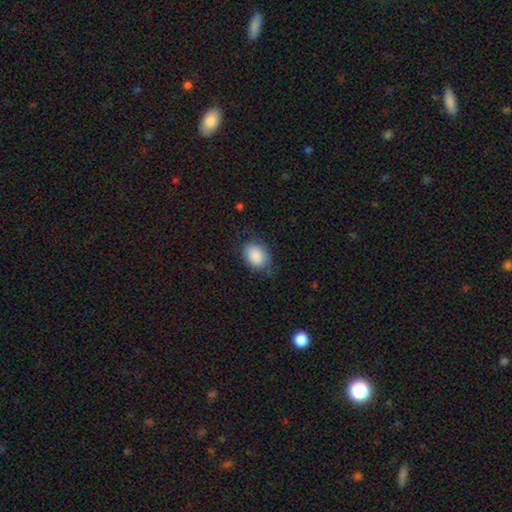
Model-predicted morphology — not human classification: Overall: smooth (86%). How rounded: in between (78%). Merging: none (65%; minor disturbance 26%).